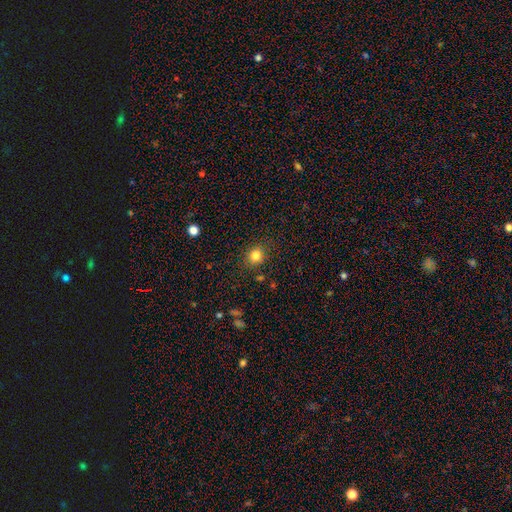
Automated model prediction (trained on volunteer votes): This appears to be a smooth galaxy with no disk features (81%) that is round (73%). Merging: none (85%).